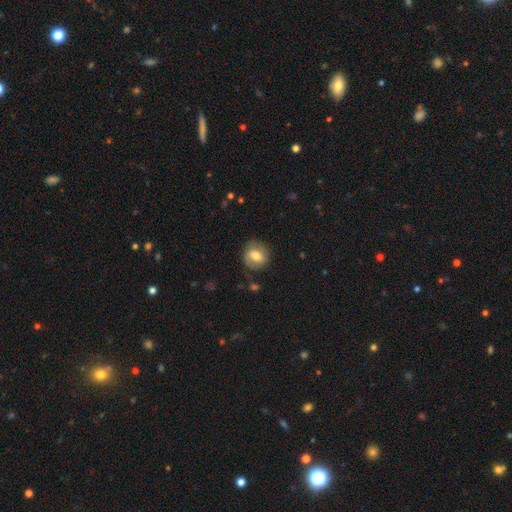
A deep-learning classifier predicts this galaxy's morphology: type=smooth (60%); roundness=round (78%); merging=none (76%).